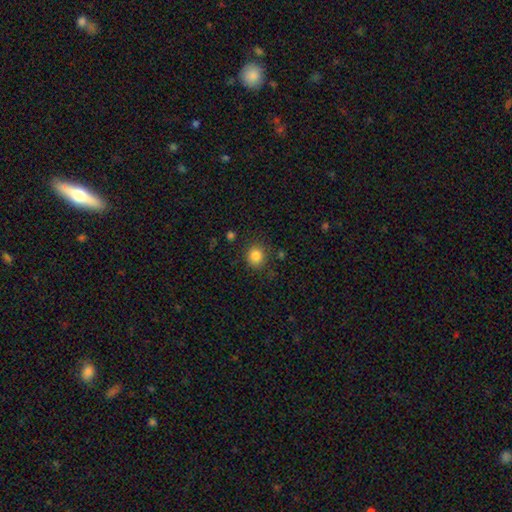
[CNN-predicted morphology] type=smooth (85%); roundness=round (86%); merging=none (85%).